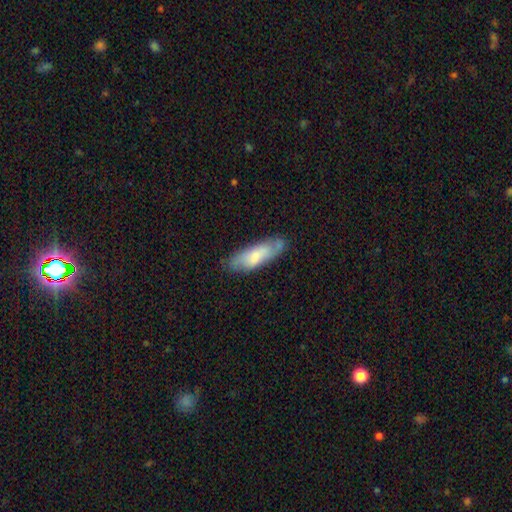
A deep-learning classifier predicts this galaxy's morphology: A smooth galaxy with no disk features (64%) that is in between round and cigar-shaped (53%).

Vote fractions:
- Smooth or featured? smooth: 64% / featured or disk: 30% / star or artifact: 6%
- How rounded? in between: 53% / cigar-shaped: 46% / round: 2%
- Merging? none: 73% / minor disturbance: 20% / major disturbance: 5% / merger: 2%